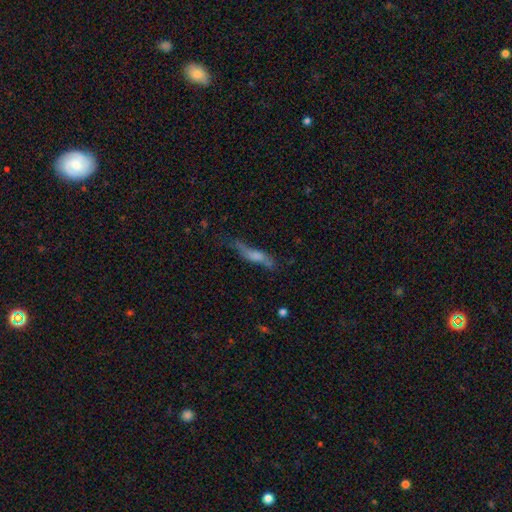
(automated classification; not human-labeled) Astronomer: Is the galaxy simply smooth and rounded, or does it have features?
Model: smooth — 47% (runner-up: featured or disk, 43%).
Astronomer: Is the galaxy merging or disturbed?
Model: none — 50% (runner-up: minor disturbance, 28%).